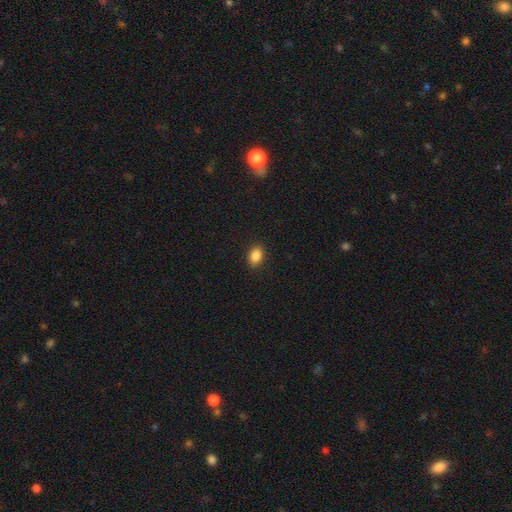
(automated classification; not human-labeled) Smooth or featured? smooth (87%)
How rounded? in between (78%)
Merging? none (90%)